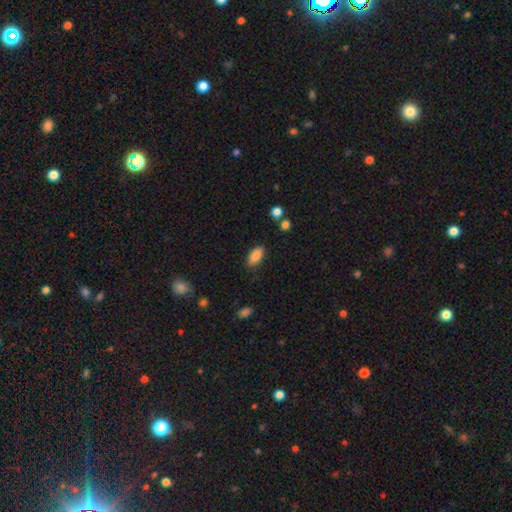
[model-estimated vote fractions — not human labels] The model was most divided on "merging": none: 83%, minor disturbance: 12%, major disturbance: 3%, merger: 2%. More confident: how rounded — in between (90%); smooth or featured — smooth (85%).